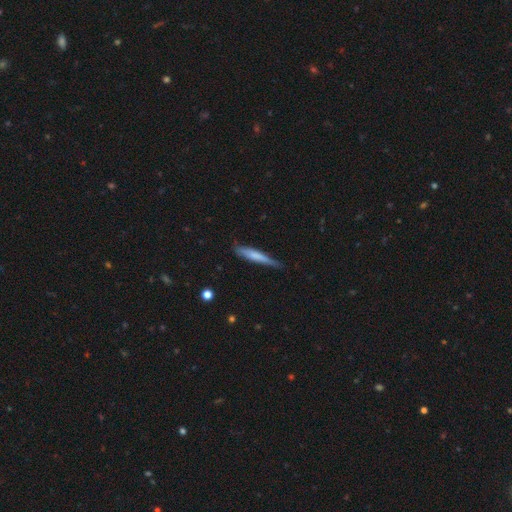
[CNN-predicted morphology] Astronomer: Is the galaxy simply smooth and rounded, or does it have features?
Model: smooth — 64%.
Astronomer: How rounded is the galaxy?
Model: cigar-shaped — 91%.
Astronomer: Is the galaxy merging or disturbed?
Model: none — 68%.